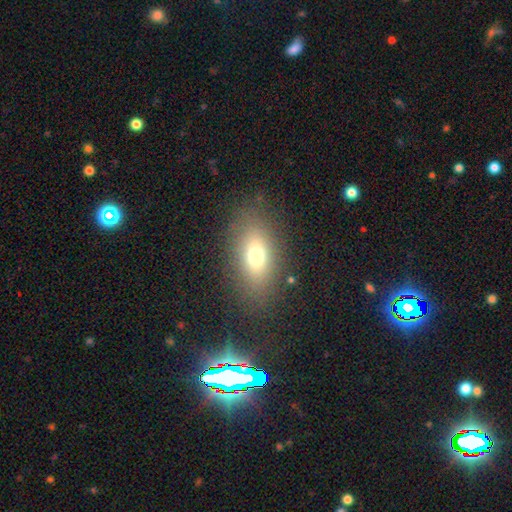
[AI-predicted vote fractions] A smooth galaxy with no disk features (71%) that is in between round and cigar-shaped (82%).

Vote fractions:
- Smooth or featured? smooth: 71% / featured or disk: 17% / star or artifact: 13%
- How rounded? in between: 82% / round: 11% / cigar-shaped: 7%
- Merging? none: 81% / minor disturbance: 11% / major disturbance: 6% / merger: 2%